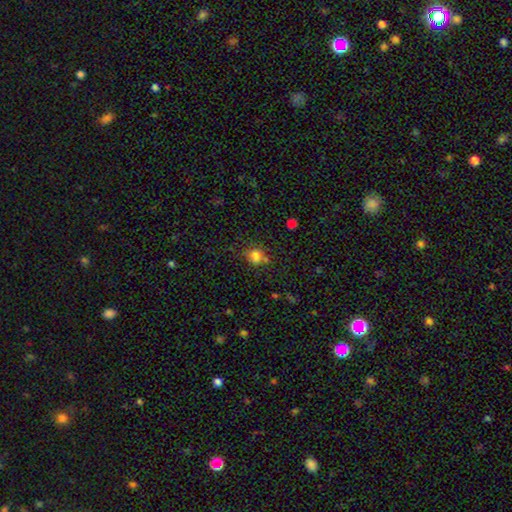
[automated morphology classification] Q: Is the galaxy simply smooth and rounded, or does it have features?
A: smooth — 77%.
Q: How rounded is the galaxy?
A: round — 70%.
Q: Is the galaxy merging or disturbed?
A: none — 60%.